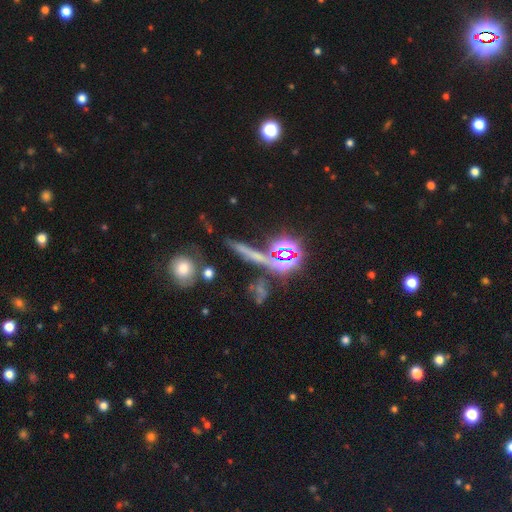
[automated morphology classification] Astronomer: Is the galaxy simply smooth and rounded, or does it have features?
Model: star or artifact — 48% (runner-up: smooth, 28%).